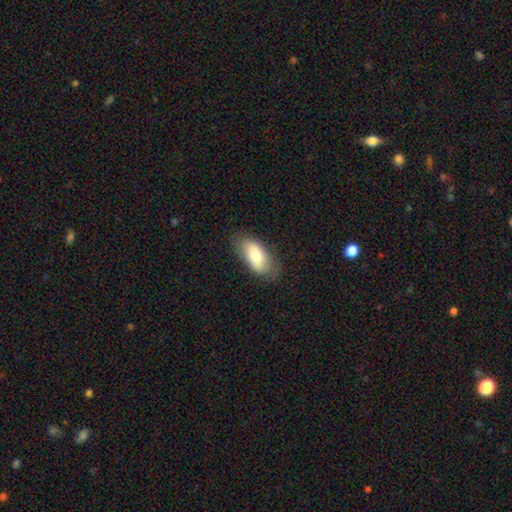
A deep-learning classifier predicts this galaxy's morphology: Smooth or featured?
  - smooth: 76% *
  - featured or disk: 17%
  - star or artifact: 6%
How rounded?
  - in between: 90% *
  - cigar-shaped: 8%
  - round: 3%
Merging?
  - none: 75% *
  - minor disturbance: 19%
  - major disturbance: 5%
  - merger: 1%